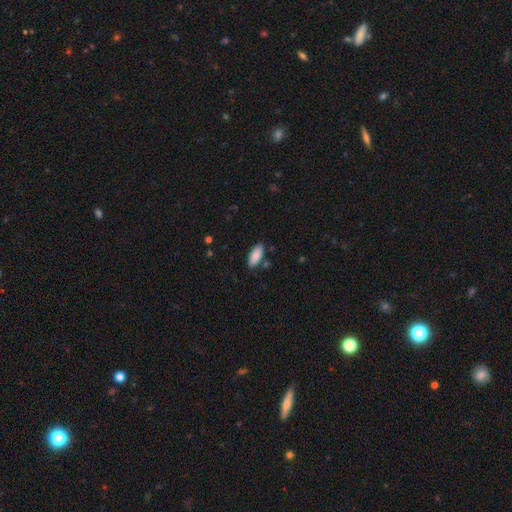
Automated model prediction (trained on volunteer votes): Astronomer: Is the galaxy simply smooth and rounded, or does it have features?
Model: smooth — 88%.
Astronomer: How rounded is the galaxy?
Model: in between — 84%.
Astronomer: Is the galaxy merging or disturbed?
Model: none — 83%.